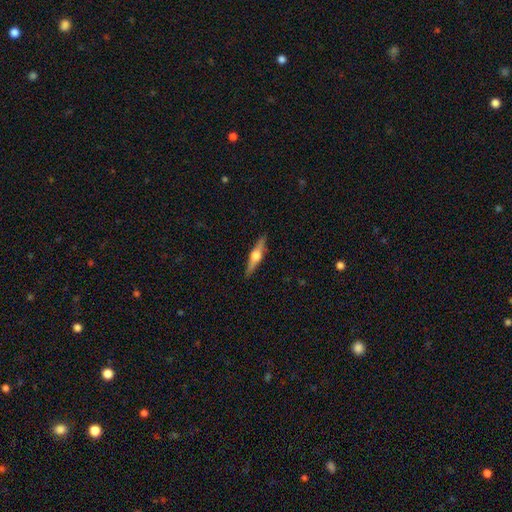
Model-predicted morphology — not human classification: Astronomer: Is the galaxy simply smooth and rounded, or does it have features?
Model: featured or disk — 68%.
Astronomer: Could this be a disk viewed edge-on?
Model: yes — 97%.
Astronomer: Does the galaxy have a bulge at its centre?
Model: rounded — 94%.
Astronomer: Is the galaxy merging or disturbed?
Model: none — 90%.